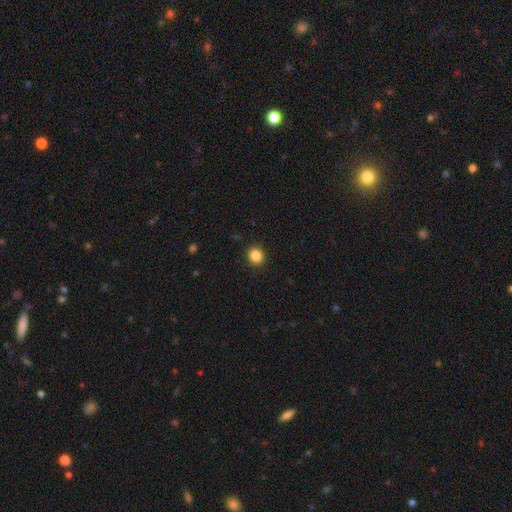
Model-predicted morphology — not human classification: Smooth or featured?
  - smooth: 87% *
  - star or artifact: 10%
  - featured or disk: 3%
How rounded?
  - round: 83% *
  - in between: 16%
  - cigar-shaped: 1%
Merging?
  - none: 90% *
  - minor disturbance: 6%
  - major disturbance: 2%
  - merger: 1%